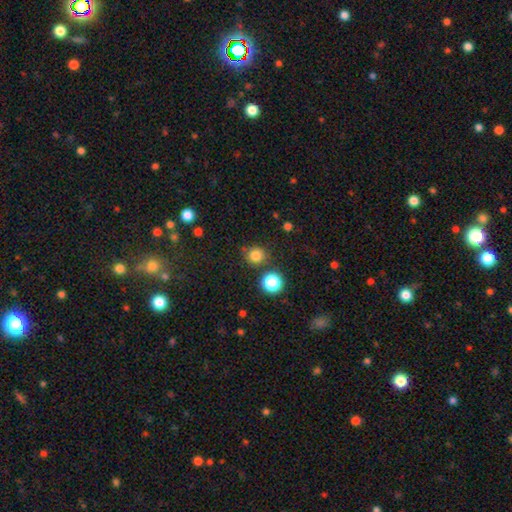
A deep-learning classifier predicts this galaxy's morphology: Overall: smooth (80%). How rounded: round (90%). Merging: none (81%).